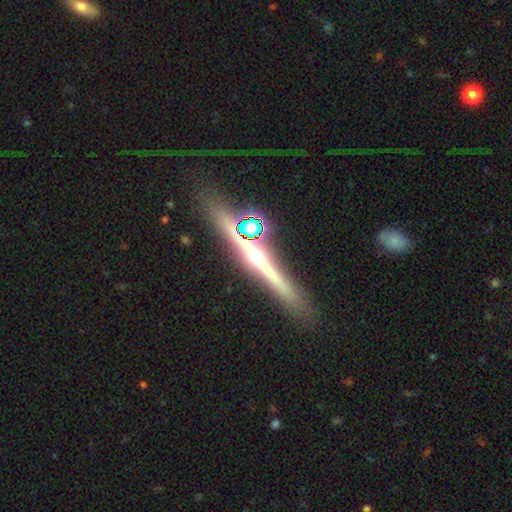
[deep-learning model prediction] Q: Smooth or featured?
A: featured or disk (71%); runner-up: smooth (16%)
Q: Edge-on disk?
A: yes (95%); runner-up: no (5%)
Q: Edge-on bulge?
A: rounded (85%); runner-up: none (11%)
Q: Merging?
A: none (75%); runner-up: minor disturbance (13%)